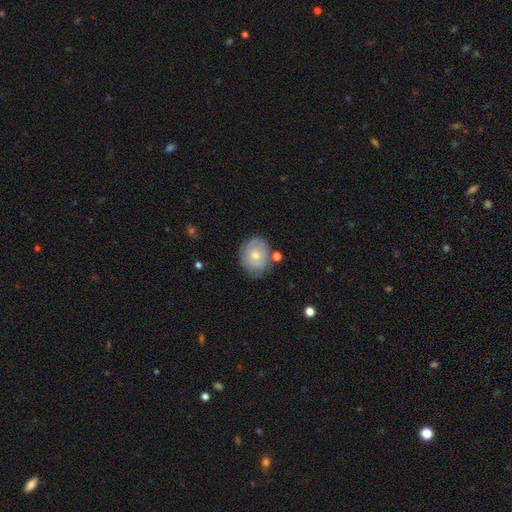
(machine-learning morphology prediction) Smooth or featured: smooth — 55% (featured or disk — 38%)
How rounded: round — 61% (in between — 38%)
Merging: none — 66% (minor disturbance — 21%)